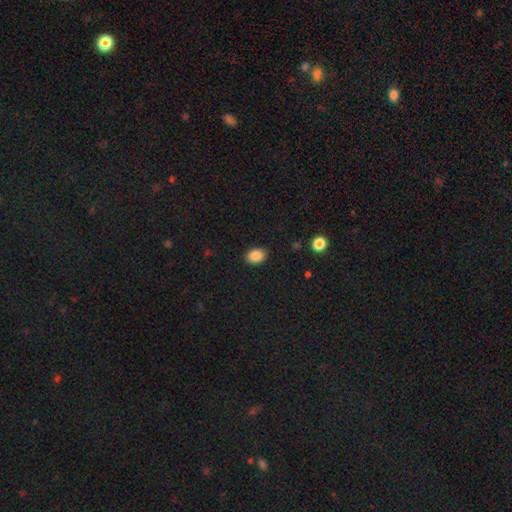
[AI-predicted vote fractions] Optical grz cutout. It shows a smooth galaxy with no disk features (87%) that is in between round and cigar-shaped (69%). Merging: none (88%).